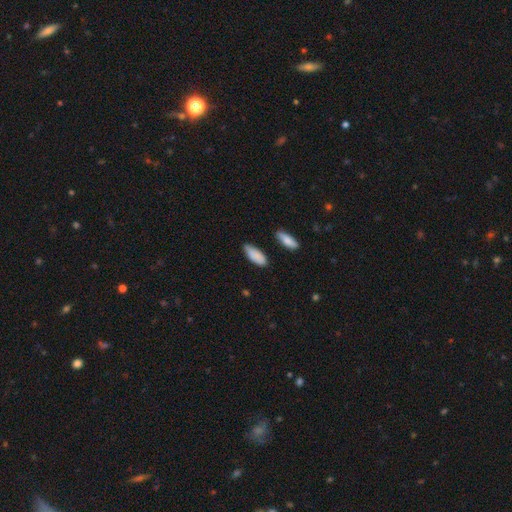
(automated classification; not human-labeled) Morphology: type=smooth (87%); roundness=in between (78%); merging=none (75%).